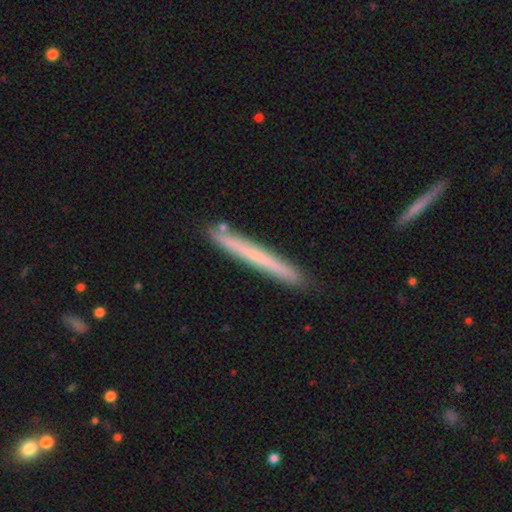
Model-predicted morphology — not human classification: Smooth or featured: smooth — 55% (featured or disk — 38%)
How rounded: cigar-shaped — 97% (in between — 2%)
Merging: none — 89% (minor disturbance — 8%)